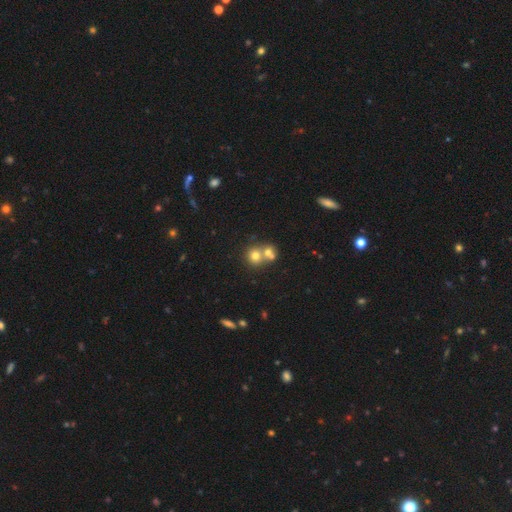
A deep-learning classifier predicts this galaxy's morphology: A smooth galaxy with no disk features (70%) that is round (83%). Merging: merger (52%).